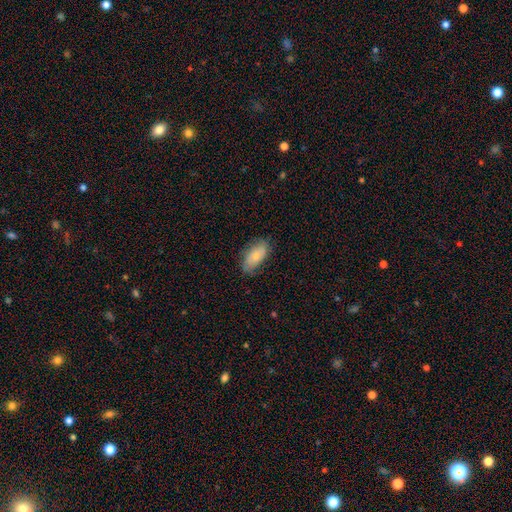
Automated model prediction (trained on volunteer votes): Smooth or featured: smooth — 77% (featured or disk — 17%)
How rounded: in between — 91% (cigar-shaped — 7%)
Merging: none — 74% (minor disturbance — 20%)